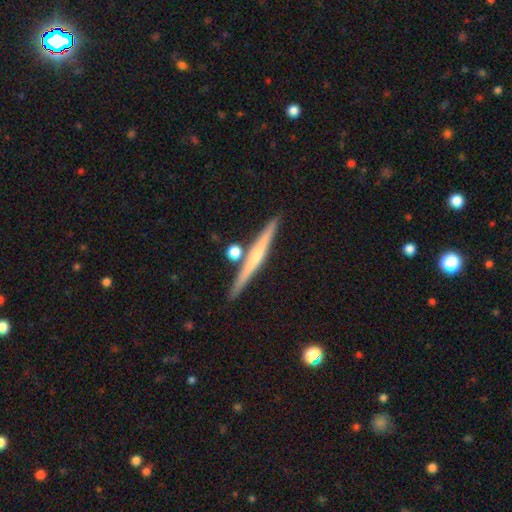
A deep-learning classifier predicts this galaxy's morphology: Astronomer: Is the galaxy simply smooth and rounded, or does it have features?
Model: featured or disk — 58% (runner-up: smooth, 35%).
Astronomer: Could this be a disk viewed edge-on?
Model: yes — 97%.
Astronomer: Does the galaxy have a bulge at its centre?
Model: rounded — 47% (runner-up: none, 45%).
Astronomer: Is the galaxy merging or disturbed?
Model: none — 82%.